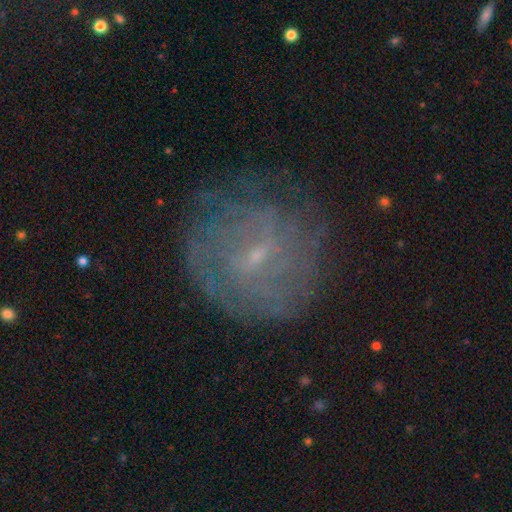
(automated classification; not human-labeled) This appears to be a featured or disk galaxy (68%) with a weak bar (57%), tight (63%) spiral arms (76%) and a small central bulge (80%). Merging: none (76%).